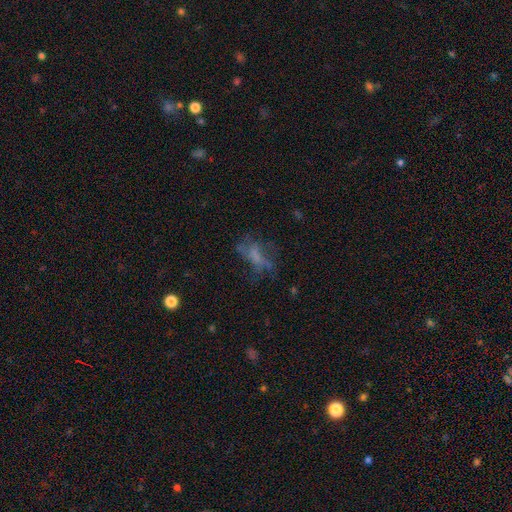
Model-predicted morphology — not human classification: Smooth or featured?
  - featured or disk: 43% *
  - smooth: 35%
  - star or artifact: 22%
Merging?
  - none: 46% *
  - major disturbance: 32%
  - minor disturbance: 18%
  - merger: 4%